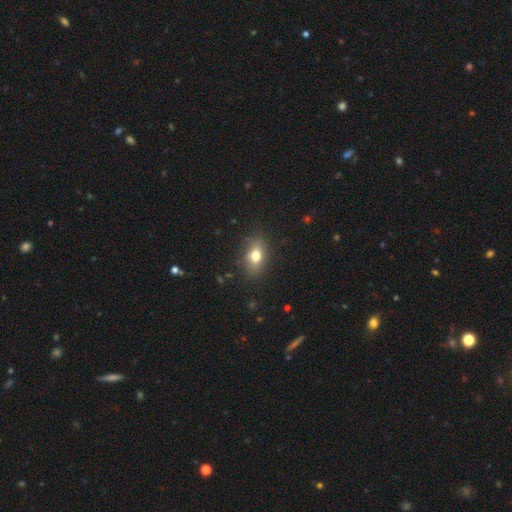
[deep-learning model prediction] Overall: smooth (72%). How rounded: in between (79%). Merging: none (82%).